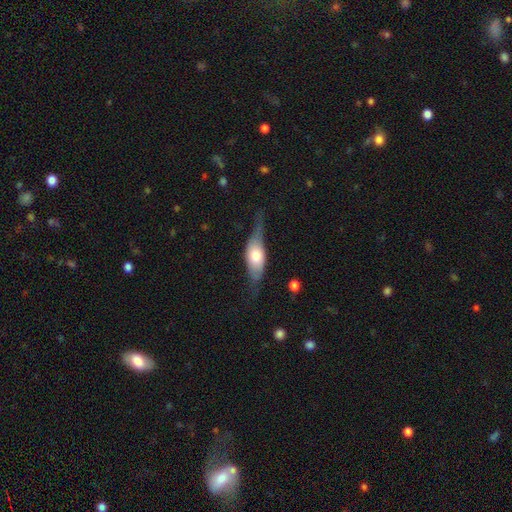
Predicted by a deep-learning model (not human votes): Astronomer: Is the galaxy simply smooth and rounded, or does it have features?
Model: smooth — 50% (runner-up: featured or disk, 44%).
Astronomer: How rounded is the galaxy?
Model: in between — 72%.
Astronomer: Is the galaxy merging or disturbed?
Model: none — 46% (runner-up: minor disturbance, 32%).